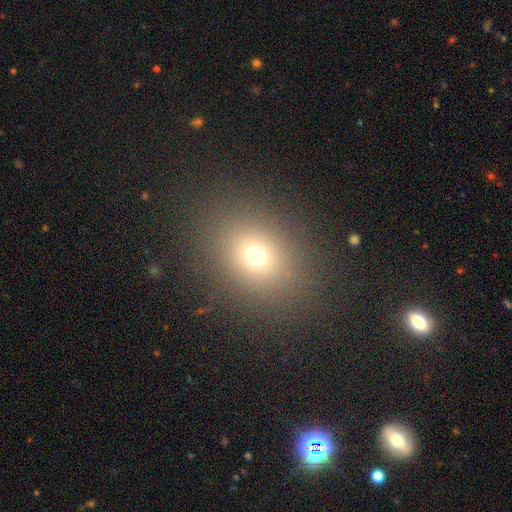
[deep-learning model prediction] Smooth or featured? smooth (69%)
How rounded? round (58%)
Merging? none (86%)